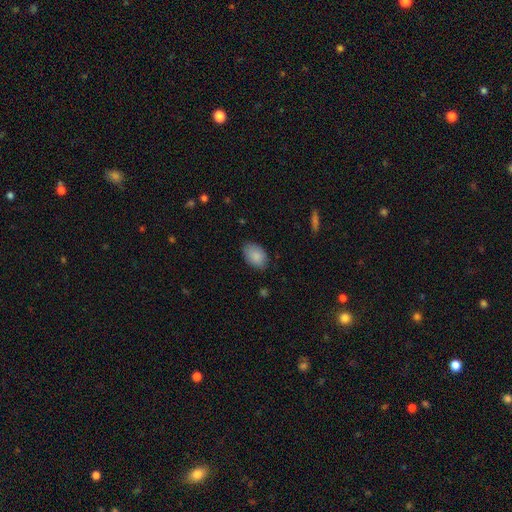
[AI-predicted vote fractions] A smooth galaxy with no disk features (88%) that is in between round and cigar-shaped (87%).

Vote fractions:
- Smooth or featured? smooth: 88% / star or artifact: 7% / featured or disk: 5%
- How rounded? in between: 87% / round: 12% / cigar-shaped: 1%
- Merging? none: 80% / minor disturbance: 16% / major disturbance: 3% / merger: 1%